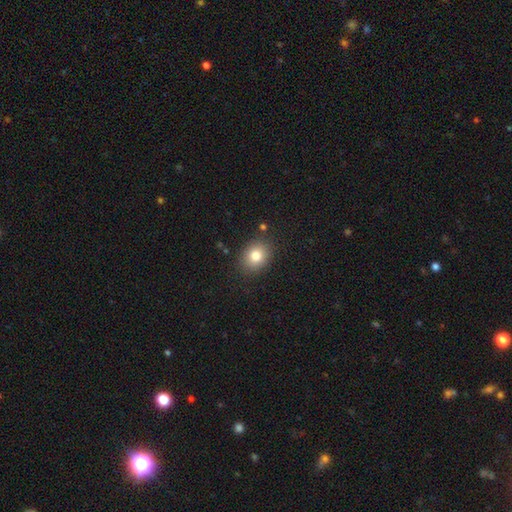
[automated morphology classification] smooth 81%, star or artifact 10%, featured or disk 9%. Down the decision tree: how rounded — round (53%); merging — none (85%).